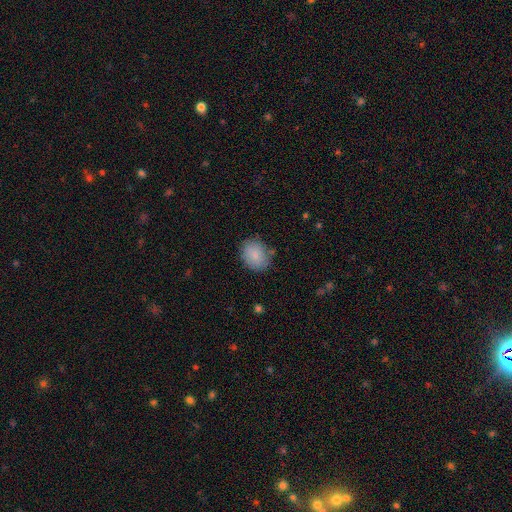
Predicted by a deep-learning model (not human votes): Smooth or featured? Predicted: smooth (p=0.86). How rounded? Predicted: in between (p=0.52). Merging? Predicted: none (p=0.79).